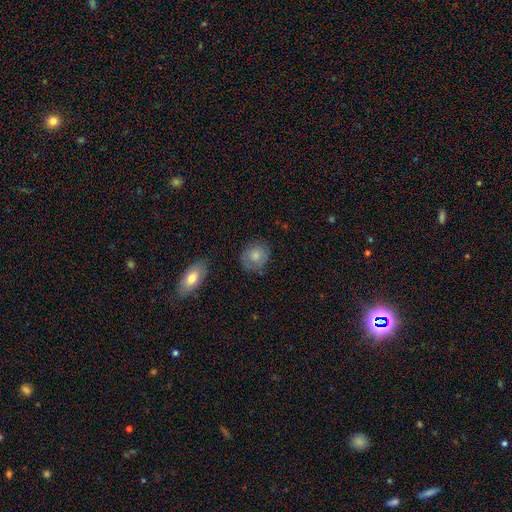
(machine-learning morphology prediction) smooth_or_featured: smooth (p=0.79) [alt: featured or disk p=0.13]
how_rounded: round (p=0.76) [alt: in between p=0.23]
merging: none (p=0.75) [alt: minor disturbance p=0.17]